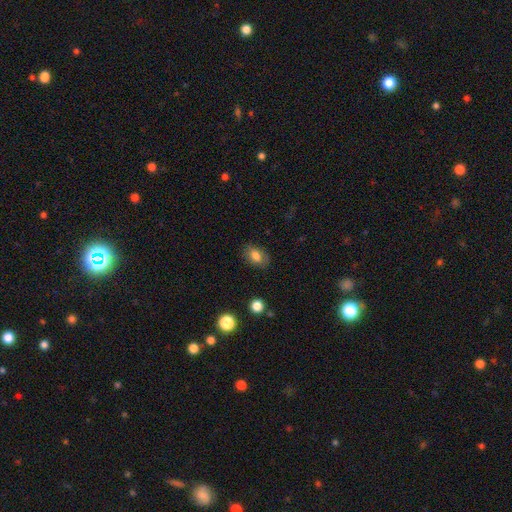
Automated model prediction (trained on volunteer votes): This is likely a smooth galaxy (76%). How rounded: clearly in between (85%). Merging: clearly none (80%).